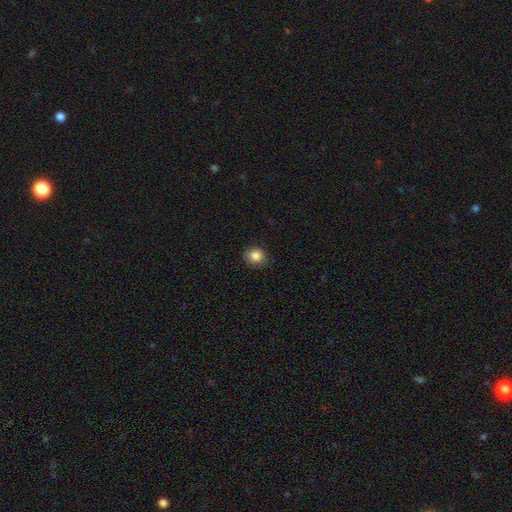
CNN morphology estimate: type=smooth (86%); roundness=round (76%); merging=none (86%).